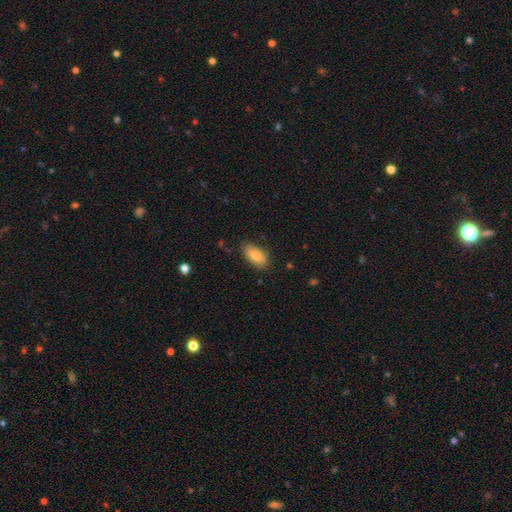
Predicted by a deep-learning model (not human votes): Smooth or featured?
  - smooth: 83% *
  - featured or disk: 11%
  - star or artifact: 7%
How rounded?
  - in between: 91% *
  - cigar-shaped: 6%
  - round: 3%
Merging?
  - none: 81% *
  - minor disturbance: 15%
  - major disturbance: 3%
  - merger: 1%